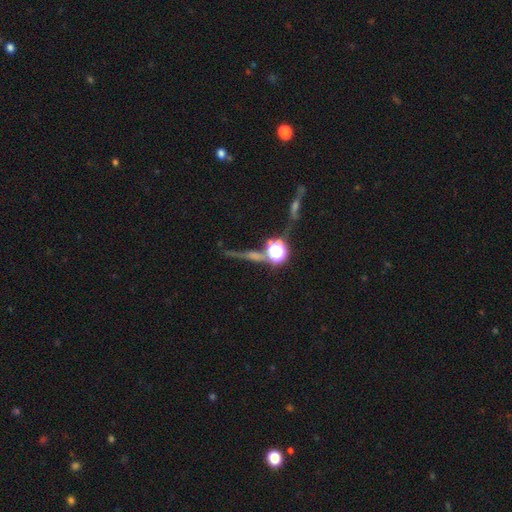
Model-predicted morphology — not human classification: The model was most divided on "smooth or featured": star or artifact: 51%, featured or disk: 28%, smooth: 22%.